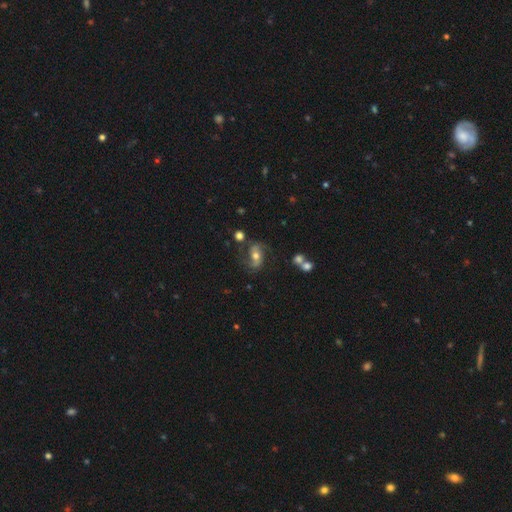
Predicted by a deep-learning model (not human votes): Smooth or featured?
  - featured or disk: 67% *
  - smooth: 23%
  - star or artifact: 9%
Edge-on disk?
  - no: 95% *
  - yes: 5%
Bar?
  - no: 45% *
  - weak: 33%
  - strong: 21%
Spiral arms?
  - yes: 89% *
  - no: 11%
Spiral winding?
  - loose: 50% *
  - medium: 37%
  - tight: 12%
Spiral arm count?
  - 2: 89% *
  - can't tell: 5%
  - 1: 3%
  - 3: 1%
  - 4: 1%
  - more than 4: 1%
Bulge size?
  - moderate: 71% *
  - small: 16%
  - large: 10%
  - none: 1%
  - dominant: 1%
Merging?
  - none: 66% *
  - minor disturbance: 18%
  - major disturbance: 10%
  - merger: 6%